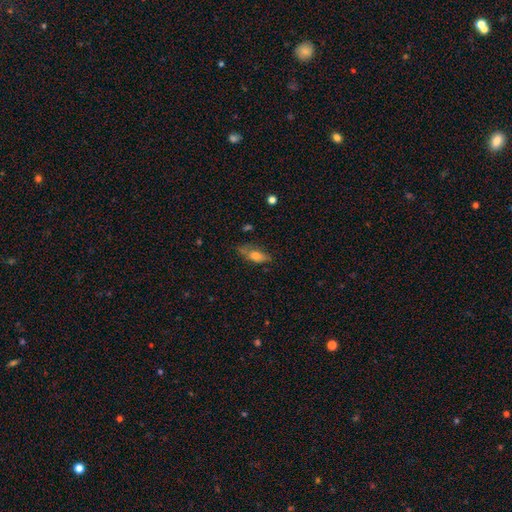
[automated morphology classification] A smooth galaxy with no disk features (67%) that is in between round and cigar-shaped (75%). Merging: none (57%).